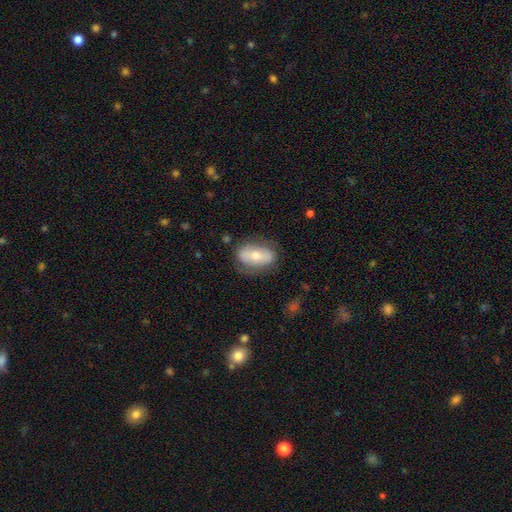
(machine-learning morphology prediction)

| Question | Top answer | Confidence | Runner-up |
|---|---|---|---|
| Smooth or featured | smooth | 50% | featured or disk (43%) |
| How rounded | in between | 87% | round (9%) |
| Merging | none | 71% | minor disturbance (20%) |